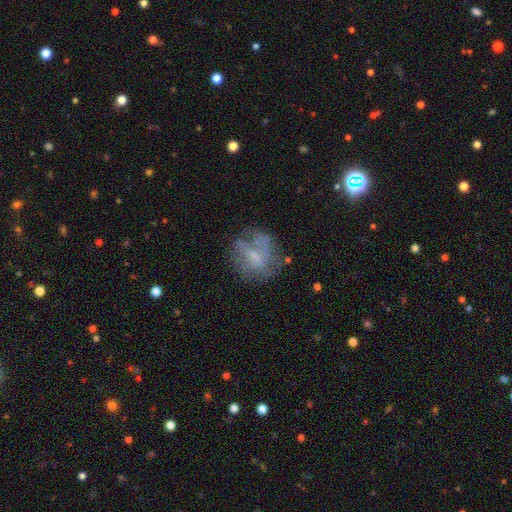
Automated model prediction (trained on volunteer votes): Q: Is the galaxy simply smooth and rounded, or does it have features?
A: featured or disk — 54%.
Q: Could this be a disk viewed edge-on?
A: no — 96%.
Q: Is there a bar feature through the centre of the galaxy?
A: no — 44%, tied with weak.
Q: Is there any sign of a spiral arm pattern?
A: no — 58%.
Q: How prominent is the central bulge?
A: small — 46%.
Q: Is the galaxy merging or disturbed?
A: none — 55%.